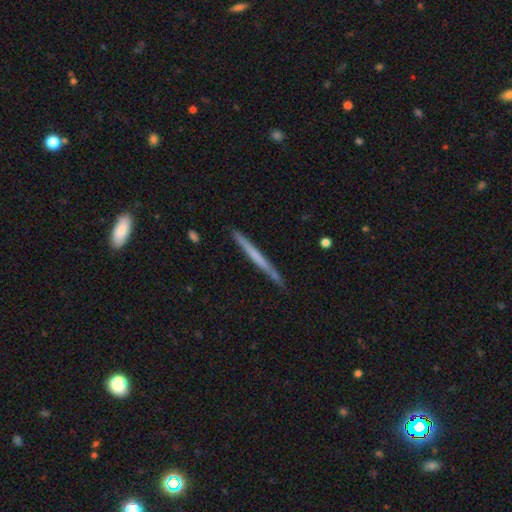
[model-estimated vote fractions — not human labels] smooth-or-featured: featured or disk: 48% | smooth: 46% | star or artifact: 6%
  merging: none: 87% | minor disturbance: 9% | major disturbance: 2% | merger: 1%